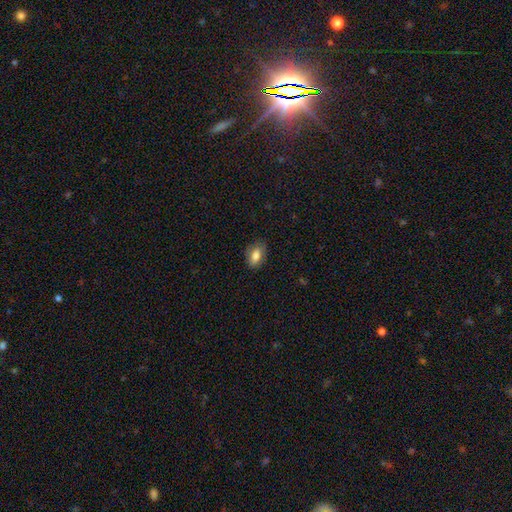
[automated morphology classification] This appears to be a smooth galaxy with no disk features (80%) that is in between round and cigar-shaped (88%). Merging: none (79%).